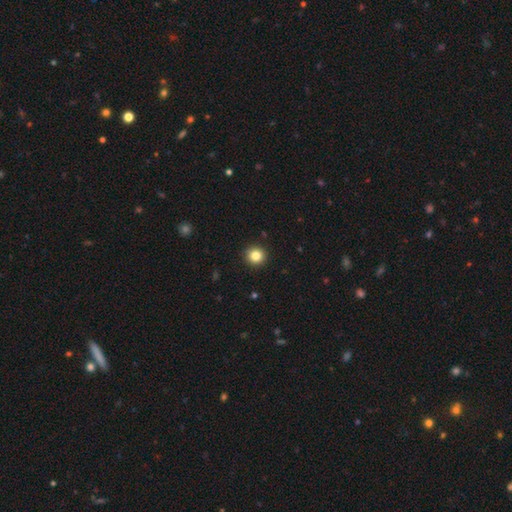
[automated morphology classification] Smooth or featured? smooth (83%)
How rounded? round (94%)
Merging? none (92%)